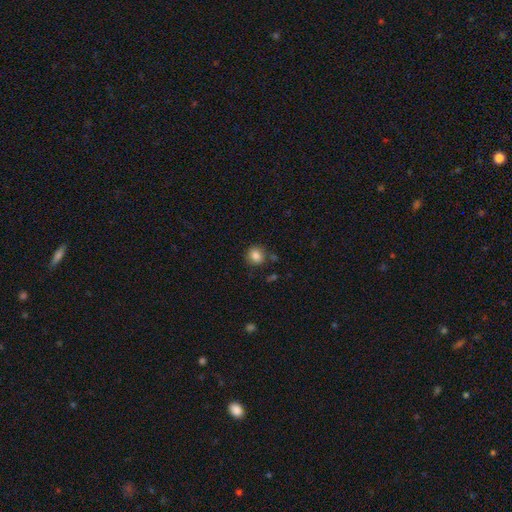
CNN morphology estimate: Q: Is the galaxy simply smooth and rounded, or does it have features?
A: smooth — 83%.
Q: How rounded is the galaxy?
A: round — 91%.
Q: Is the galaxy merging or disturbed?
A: none — 85%.